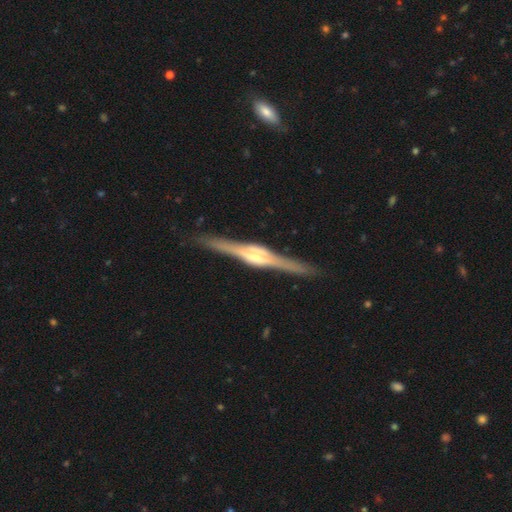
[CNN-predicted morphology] A featured or disk galaxy (86%) viewed edge-on (98%) with a rounded central bulge (71%).

Vote fractions:
- Smooth or featured? featured or disk: 86% / smooth: 9% / star or artifact: 5%
- Edge-on disk? yes: 98% / no: 2%
- Edge-on bulge? rounded: 71% / boxy: 25% / none: 4%
- Merging? none: 89% / minor disturbance: 8% / major disturbance: 2% / merger: 1%